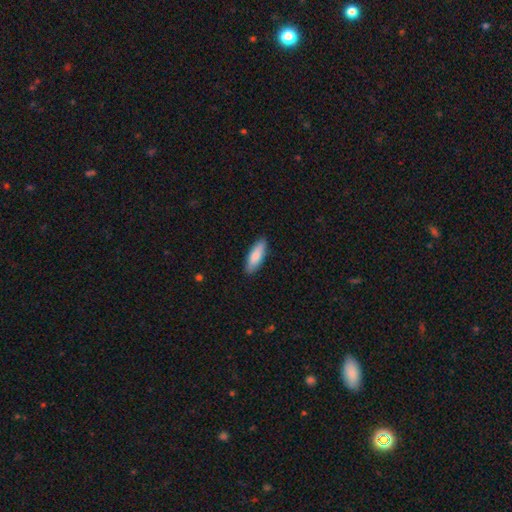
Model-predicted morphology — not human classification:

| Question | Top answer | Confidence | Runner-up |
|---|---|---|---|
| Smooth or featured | smooth | 83% | featured or disk (12%) |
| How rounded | in between | 57% | cigar-shaped (41%) |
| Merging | none | 88% | minor disturbance (9%) |